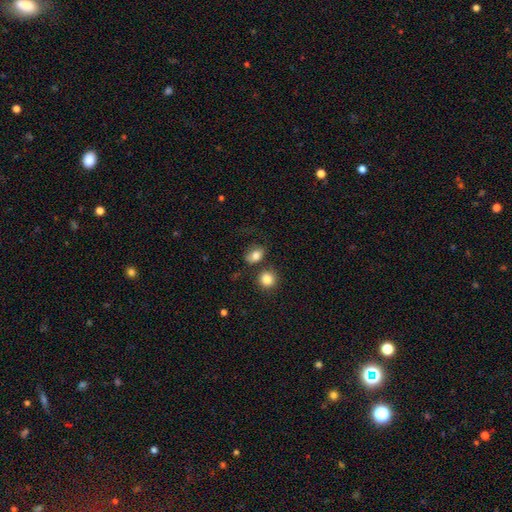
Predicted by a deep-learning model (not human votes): The model was most divided on "how rounded": in between: 65%, round: 34%, cigar-shaped: 2%. More confident: smooth or featured — smooth (79%); merging — none (58%).